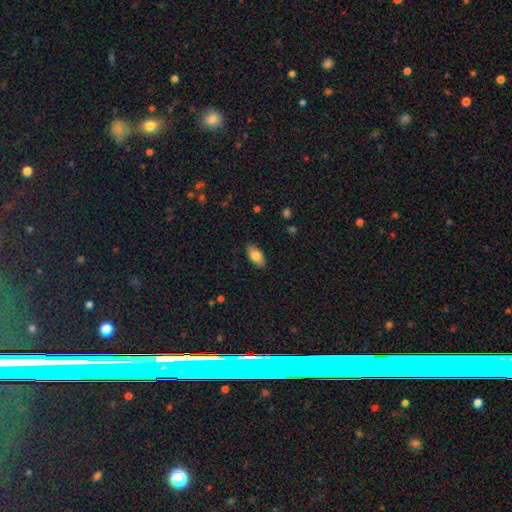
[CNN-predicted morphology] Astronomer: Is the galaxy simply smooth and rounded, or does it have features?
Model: smooth — 84%.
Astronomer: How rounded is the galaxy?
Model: in between — 92%.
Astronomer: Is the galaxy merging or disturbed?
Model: none — 87%.